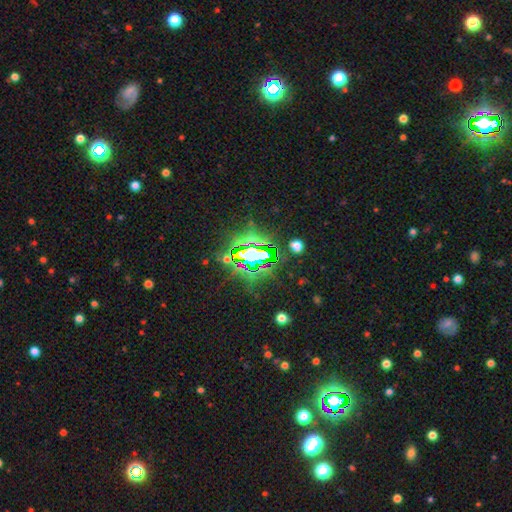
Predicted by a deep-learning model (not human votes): Smooth or featured: star or artifact — 78% (smooth — 11%)